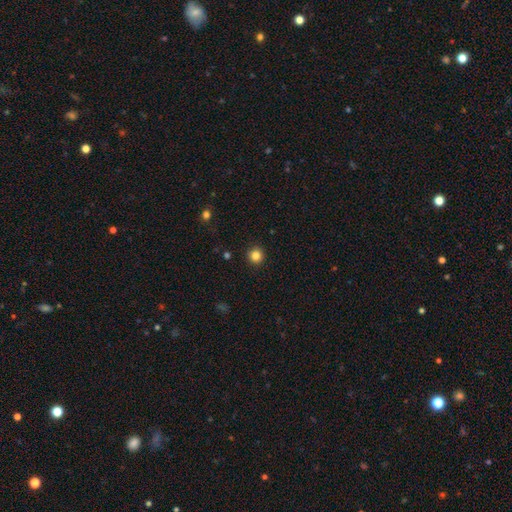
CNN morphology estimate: Q: Smooth or featured?
A: smooth (84%); runner-up: star or artifact (12%)
Q: How rounded?
A: round (95%); runner-up: in between (4%)
Q: Merging?
A: none (93%); runner-up: minor disturbance (5%)